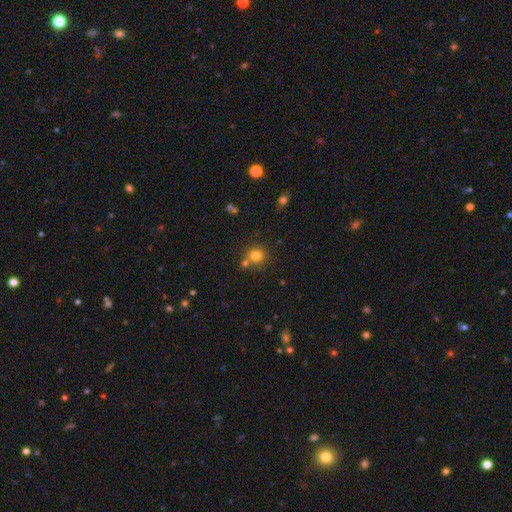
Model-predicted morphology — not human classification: A smooth galaxy with no disk features (79%) that is round (88%). Merging: none (68%).